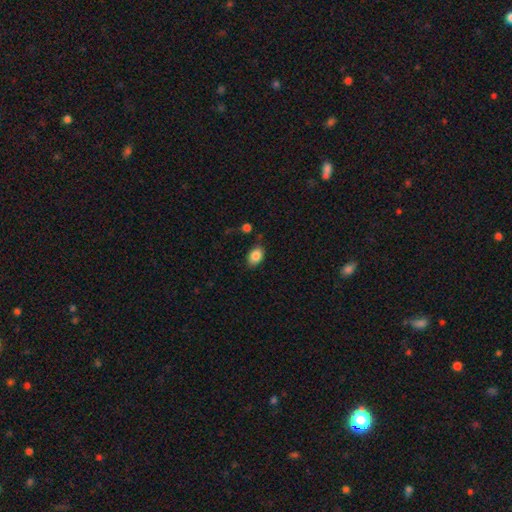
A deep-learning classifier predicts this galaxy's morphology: smooth 86%, star or artifact 8%, featured or disk 6%. Down the decision tree: how rounded — in between (82%); merging — none (79%).